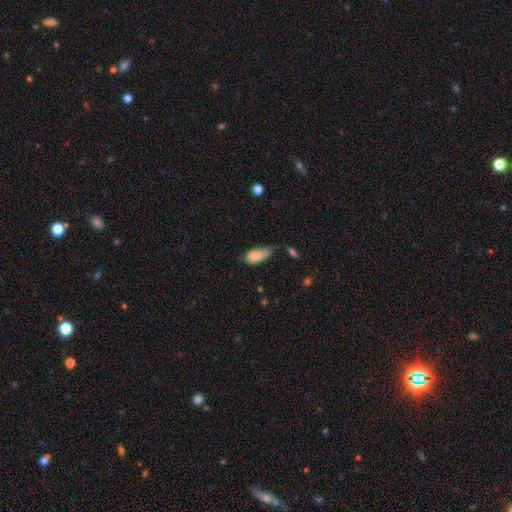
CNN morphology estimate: Smooth or featured? Predicted: smooth (p=0.77). How rounded? Predicted: in between (p=0.92). Merging? Predicted: minor disturbance (p=0.45).